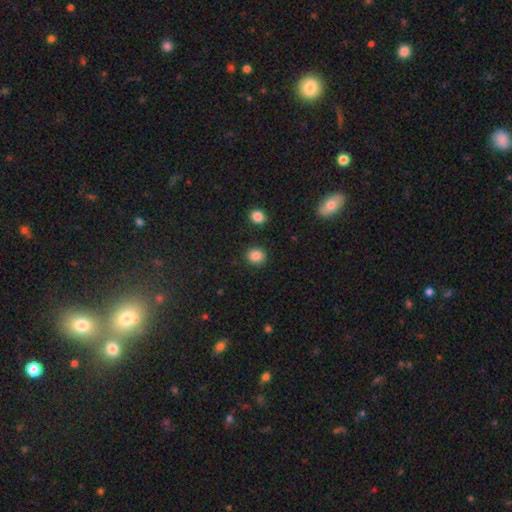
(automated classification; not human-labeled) smooth_or_featured: smooth (p=0.86) [alt: star or artifact p=0.10]
how_rounded: round (p=0.84) [alt: in between p=0.15]
merging: none (p=0.89) [alt: minor disturbance p=0.07]